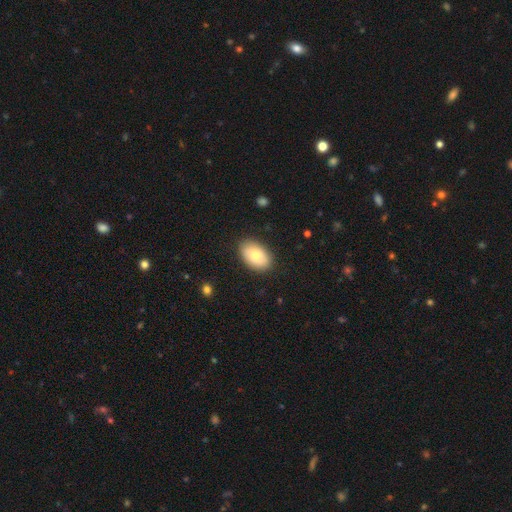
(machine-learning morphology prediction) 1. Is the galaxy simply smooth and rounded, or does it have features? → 82% smooth, 12% featured or disk, 6% star or artifact.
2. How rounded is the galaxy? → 93% in between, 6% round, 1% cigar-shaped.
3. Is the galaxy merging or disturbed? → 86% none, 10% minor disturbance, 2% major disturbance, 1% merger.